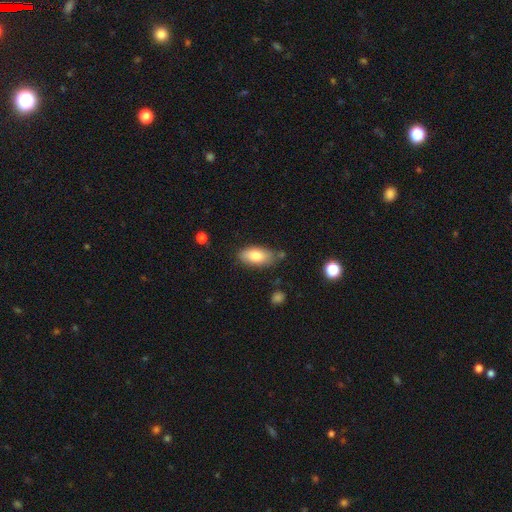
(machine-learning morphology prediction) smooth-or-featured: smooth: 81% | featured or disk: 12% | star or artifact: 7%
  how-rounded: in between: 89% | cigar-shaped: 9% | round: 3%
  merging: none: 73% | minor disturbance: 19% | merger: 4% | major disturbance: 4%